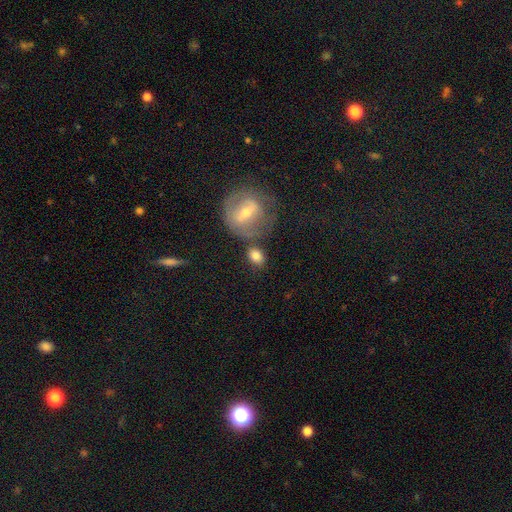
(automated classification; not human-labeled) Smooth or featured?
  - smooth: 74% *
  - featured or disk: 17%
  - star or artifact: 8%
How rounded?
  - in between: 58% *
  - round: 40%
  - cigar-shaped: 2%
Merging?
  - none: 64% *
  - minor disturbance: 15%
  - merger: 15%
  - major disturbance: 7%